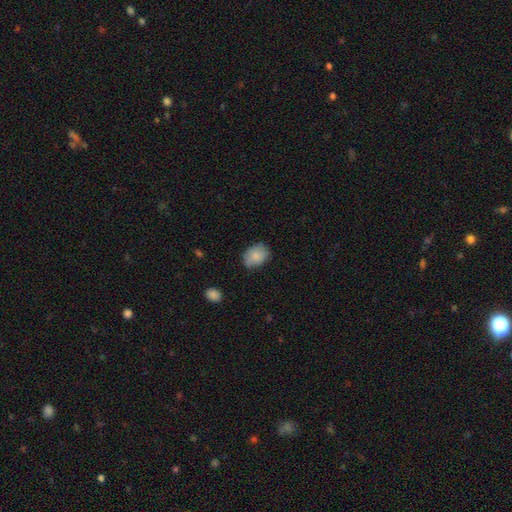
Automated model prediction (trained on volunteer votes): This appears to be a smooth galaxy with no disk features (82%) that is in between round and cigar-shaped (67%). Merging: none (68%).